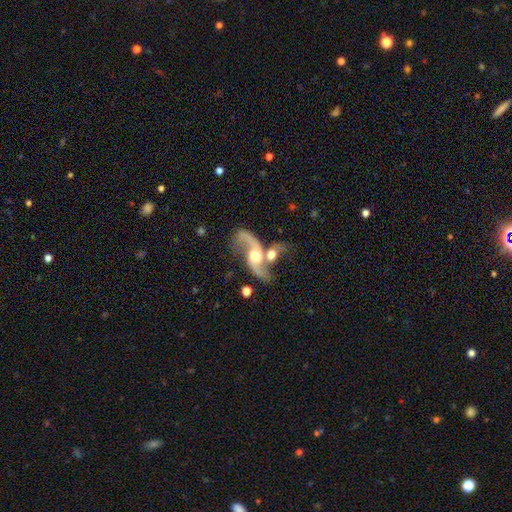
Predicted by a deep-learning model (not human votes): A featured or disk galaxy (86%) with no bar (59%), 2 (92%) loose (75%) spiral arms (94%) and a moderate central bulge (69%). Merging: merger (39%, tied with none).